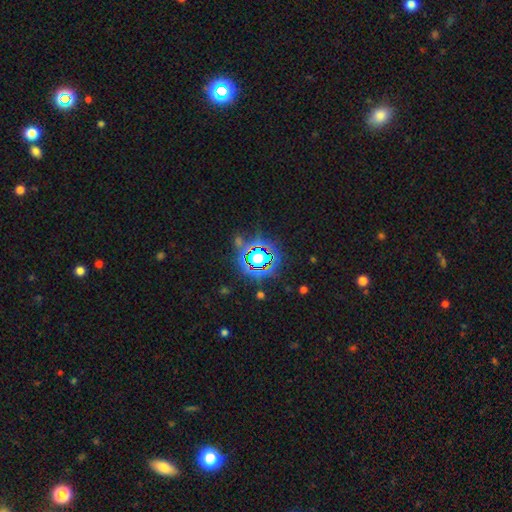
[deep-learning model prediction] The model was most divided on "smooth or featured": star or artifact: 65%, smooth: 23%, featured or disk: 12%.